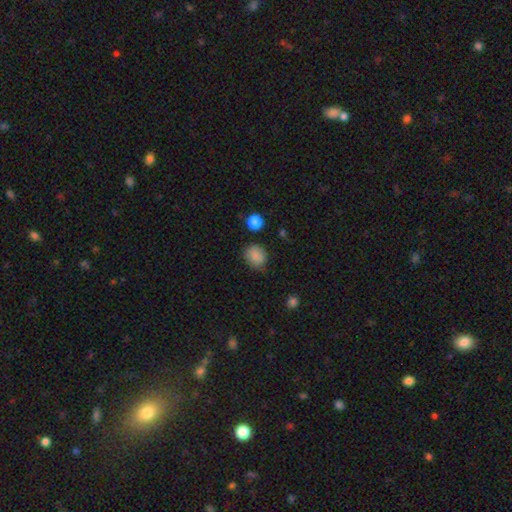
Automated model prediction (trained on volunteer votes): Smooth or featured? Predicted: smooth (p=0.86). How rounded? Predicted: round (p=0.64). Merging? Predicted: none (p=0.76).